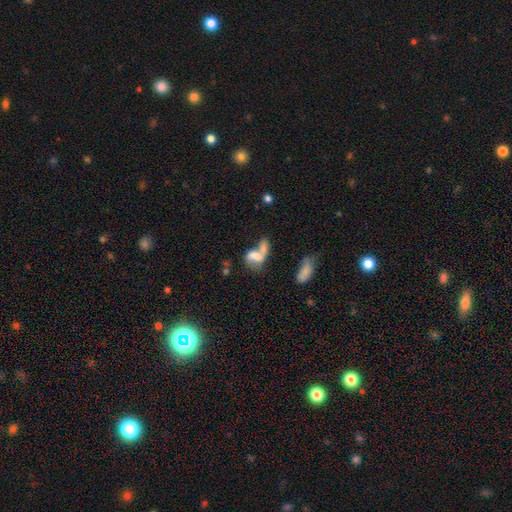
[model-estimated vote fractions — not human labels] Smooth or featured? Predicted: smooth (p=0.51). How rounded? Predicted: in between (p=0.82). Merging? Predicted: merger (p=0.54).